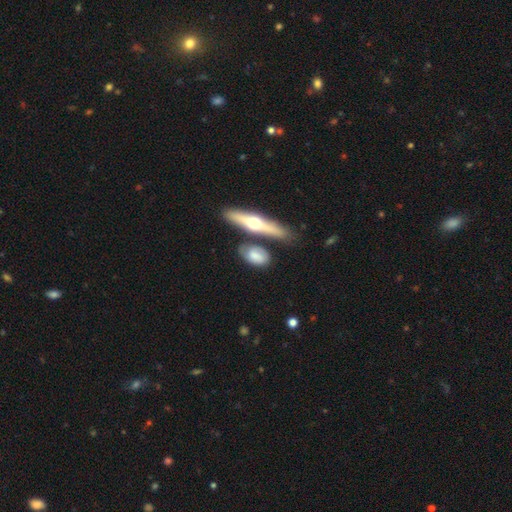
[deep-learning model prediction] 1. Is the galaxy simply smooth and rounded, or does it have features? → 59% smooth, 35% featured or disk, 6% star or artifact.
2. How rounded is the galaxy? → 74% in between, 15% cigar-shaped, 11% round.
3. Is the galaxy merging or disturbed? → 64% none, 19% minor disturbance, 11% merger, 6% major disturbance.